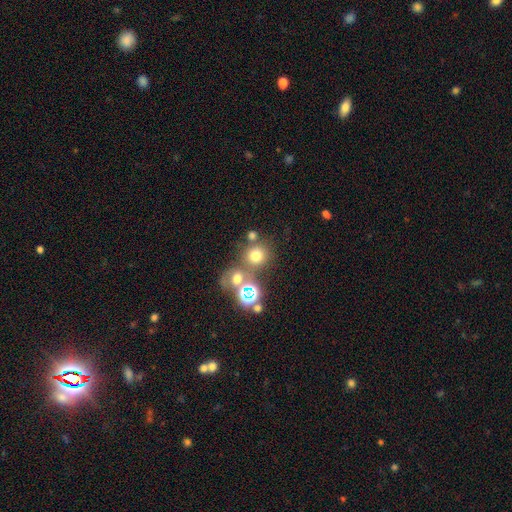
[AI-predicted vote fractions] smooth 68%, star or artifact 22%, featured or disk 10%. Down the decision tree: how rounded — round (87%); merging — none (61%).